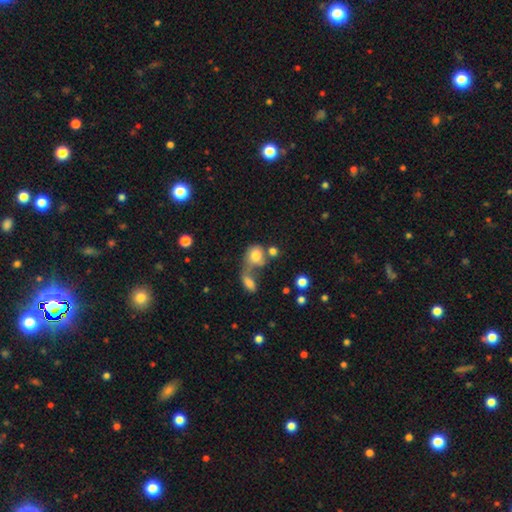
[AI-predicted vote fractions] smooth 76%, featured or disk 15%, star or artifact 10%. Down the decision tree: how rounded — round (53%); merging — merger (53%).